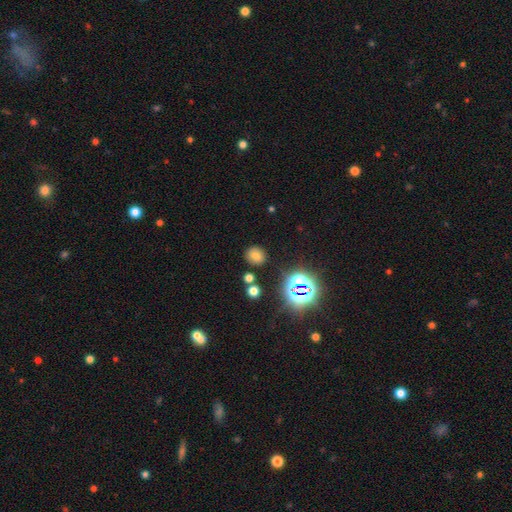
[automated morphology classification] Overall: smooth (63%; star or artifact 28%). How rounded: round (75%). Merging: none (84%).